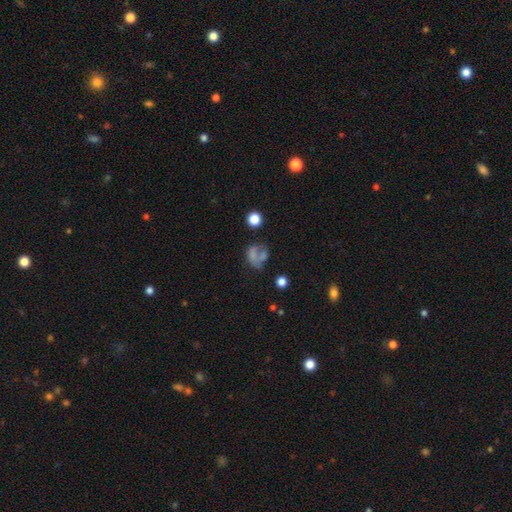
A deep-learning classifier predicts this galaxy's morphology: This is possibly a smooth galaxy (54%). How rounded: possibly in between (55%). Merging: marginally none (31%).